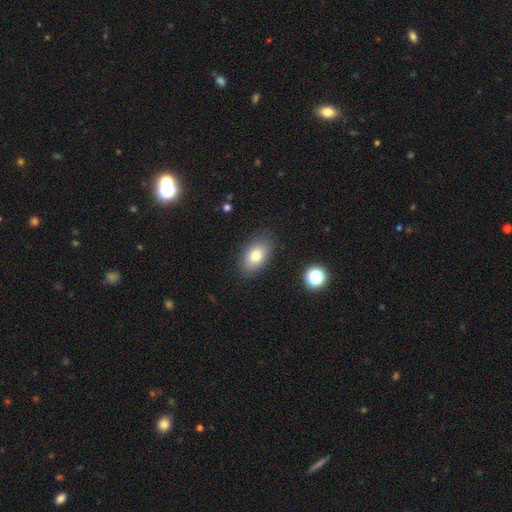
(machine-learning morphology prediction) Smooth or featured? Predicted: smooth (p=0.78). How rounded? Predicted: in between (p=0.89). Merging? Predicted: none (p=0.85).